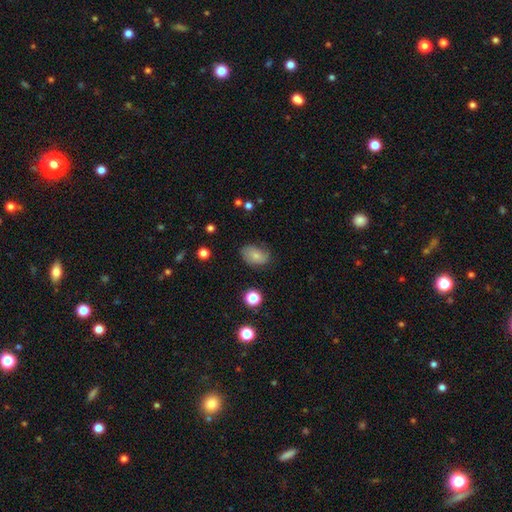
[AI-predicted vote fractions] smooth_or_featured: smooth (p=0.68) [alt: featured or disk p=0.22]
how_rounded: in between (p=0.82) [alt: round p=0.16]
merging: none (p=0.67) [alt: minor disturbance p=0.24]